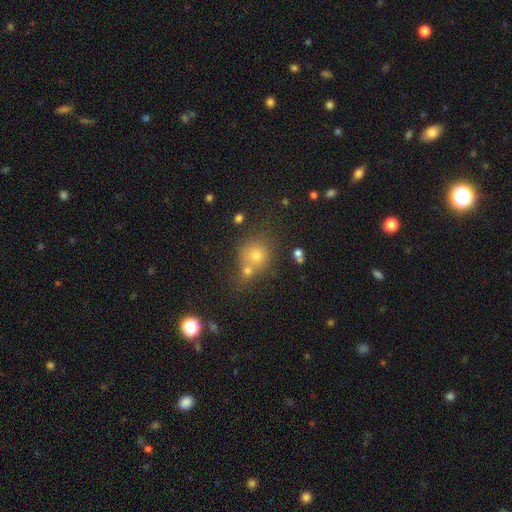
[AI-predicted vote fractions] This appears to be a smooth galaxy with no disk features (66%) that is round (84%). Merging: none (51%).